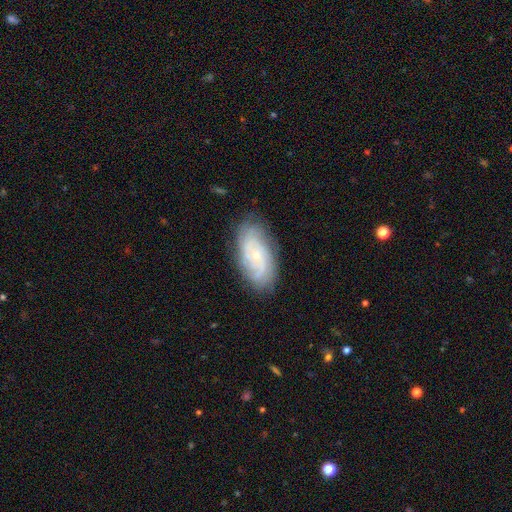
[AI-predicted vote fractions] Overall: featured or disk (76%). Edge-on disk: no (95%). Bar: no (73%). Spiral arms: yes (94%). Spiral arm count: can't tell (37%; 2 24%). Spiral winding: tight (61%; medium 30%). Bulge size: small (76%). Merging: none (79%).